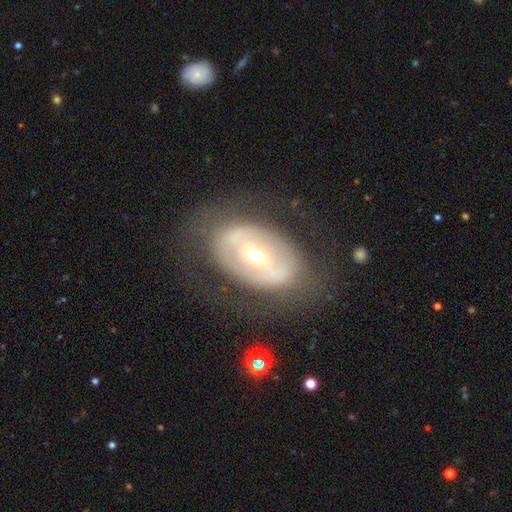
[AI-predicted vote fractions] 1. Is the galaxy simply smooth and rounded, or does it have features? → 68% featured or disk, 24% smooth, 8% star or artifact.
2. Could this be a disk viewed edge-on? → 92% no, 8% yes.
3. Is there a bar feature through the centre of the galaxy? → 48% no, 27% weak, 25% strong.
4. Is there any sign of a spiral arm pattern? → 69% no, 31% yes.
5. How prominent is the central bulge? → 56% small, 40% moderate, 2% large, 1% dominant, 1% none.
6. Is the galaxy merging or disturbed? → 71% none, 16% minor disturbance, 12% major disturbance, 2% merger.